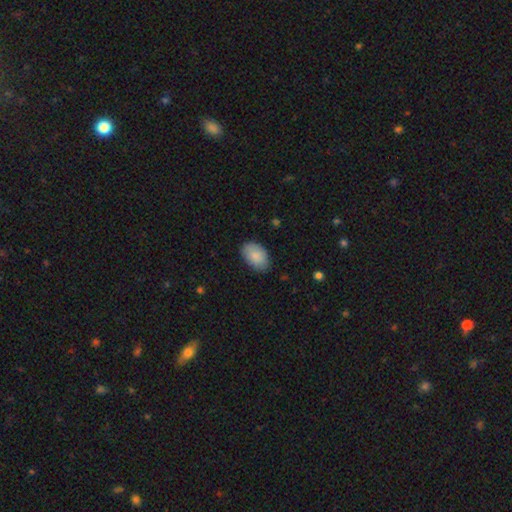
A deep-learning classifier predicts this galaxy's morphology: Smooth or featured?
  - smooth: 87% *
  - featured or disk: 6%
  - star or artifact: 6%
How rounded?
  - in between: 91% *
  - round: 8%
  - cigar-shaped: 1%
Merging?
  - none: 83% *
  - minor disturbance: 14%
  - major disturbance: 3%
  - merger: 1%